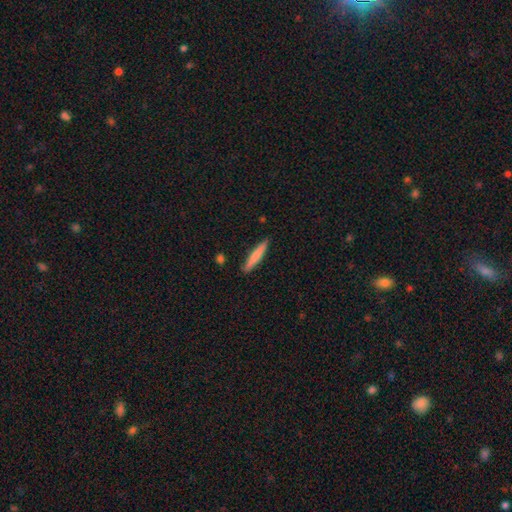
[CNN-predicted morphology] A smooth galaxy with no disk features (74%) that is cigar-shaped (93%).

Vote fractions:
- Smooth or featured? smooth: 74% / featured or disk: 20% / star or artifact: 6%
- How rounded? cigar-shaped: 93% / in between: 6% / round: 1%
- Merging? none: 87% / minor disturbance: 10% / merger: 2% / major disturbance: 2%